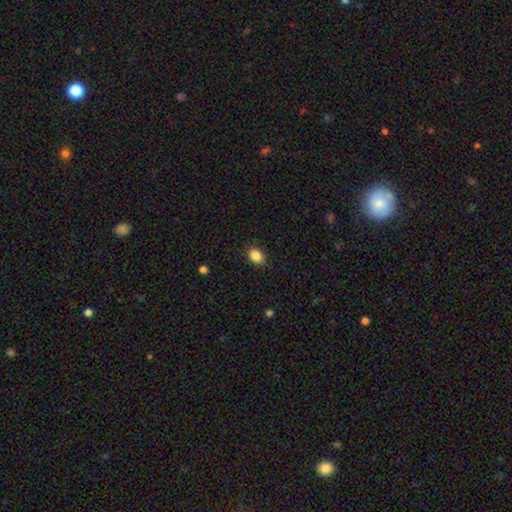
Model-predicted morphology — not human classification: A smooth galaxy with no disk features (87%) that is in between round and cigar-shaped (68%). Merging: none (83%).